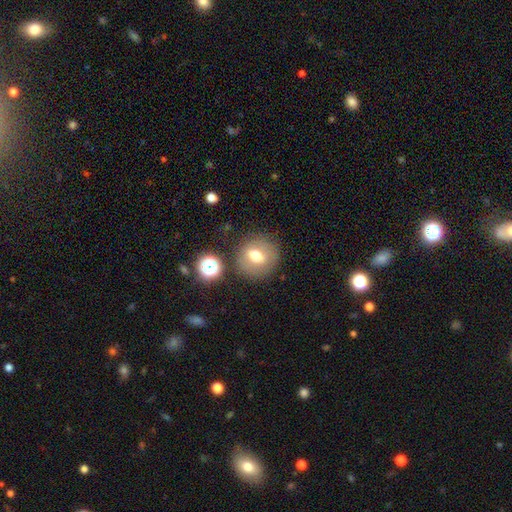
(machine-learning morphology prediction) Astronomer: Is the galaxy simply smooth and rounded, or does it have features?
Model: smooth — 65%.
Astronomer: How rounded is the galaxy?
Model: round — 76%.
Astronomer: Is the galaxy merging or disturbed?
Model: none — 78%.